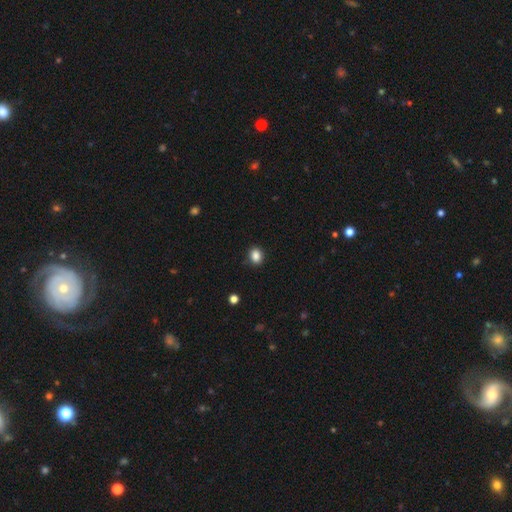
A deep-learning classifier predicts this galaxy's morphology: Smooth or featured: smooth — 87% (star or artifact — 10%)
How rounded: in between — 51% (round — 48%)
Merging: none — 88% (minor disturbance — 9%)